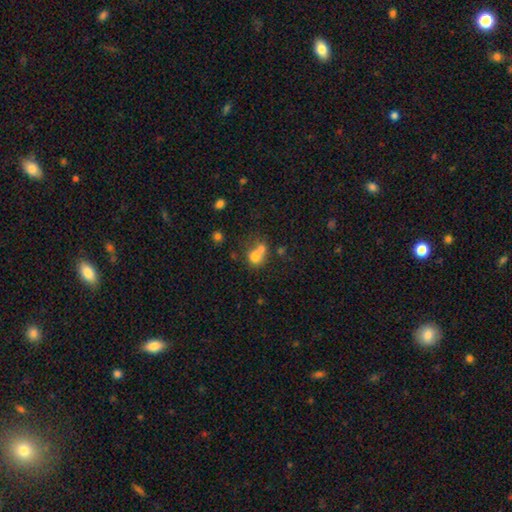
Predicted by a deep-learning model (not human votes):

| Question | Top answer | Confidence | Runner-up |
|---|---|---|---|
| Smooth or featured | smooth | 73% | featured or disk (15%) |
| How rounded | round | 68% | in between (31%) |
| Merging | merger | 55% | none (30%) |